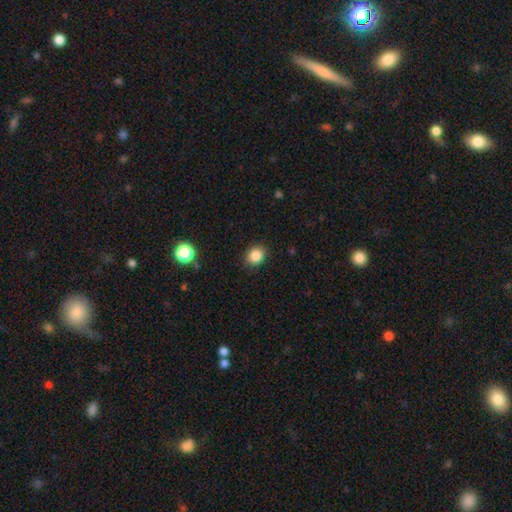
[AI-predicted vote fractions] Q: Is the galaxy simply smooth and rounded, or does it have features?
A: smooth — 85%.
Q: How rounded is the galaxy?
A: round — 69%.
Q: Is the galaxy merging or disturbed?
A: none — 84%.